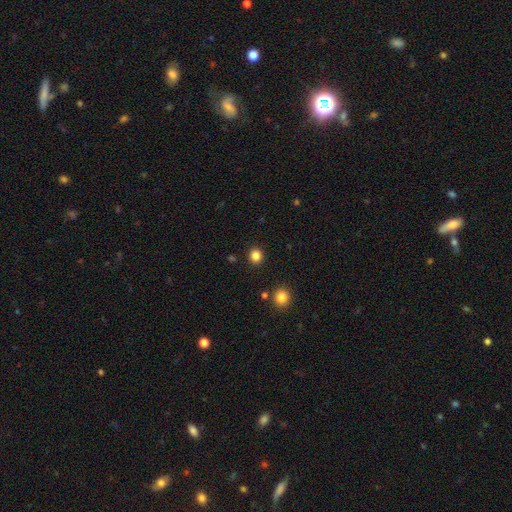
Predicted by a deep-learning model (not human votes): smooth_or_featured: smooth (p=0.84) [alt: star or artifact p=0.12]
how_rounded: round (p=0.83) [alt: in between p=0.16]
merging: none (p=0.91) [alt: minor disturbance p=0.05]